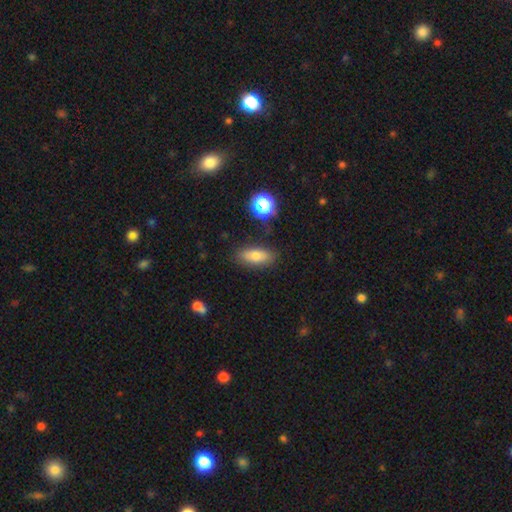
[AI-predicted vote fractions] smooth_or_featured: smooth (p=0.77) [alt: featured or disk p=0.13]
how_rounded: in between (p=0.77) [alt: cigar-shaped p=0.18]
merging: none (p=0.83) [alt: minor disturbance p=0.12]